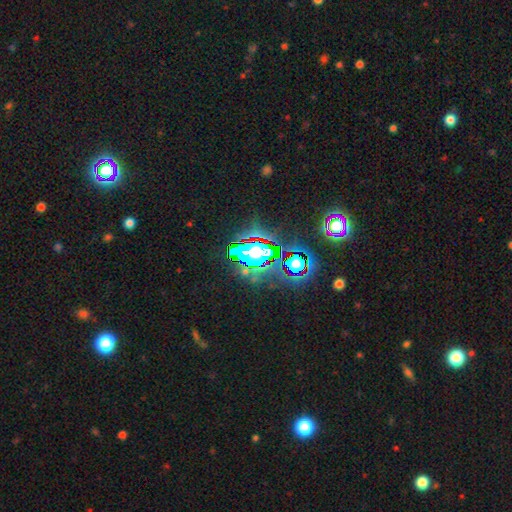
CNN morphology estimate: This appears to be a star or artifact, not a galaxy (82%).